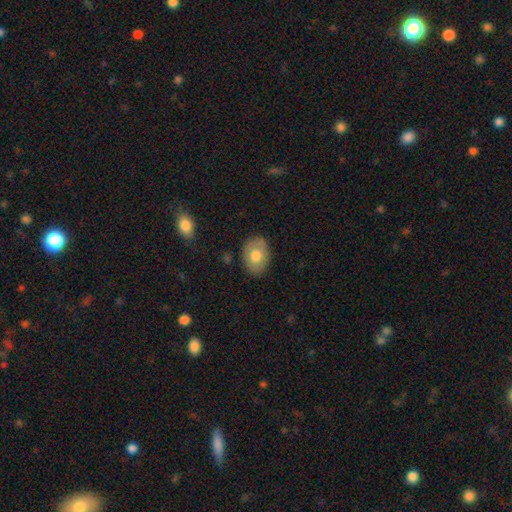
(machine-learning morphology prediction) A smooth galaxy with no disk features (72%) that is in between round and cigar-shaped (73%).

Vote fractions:
- Smooth or featured? smooth: 72% / featured or disk: 21% / star or artifact: 7%
- How rounded? in between: 73% / round: 26% / cigar-shaped: 1%
- Merging? none: 82% / minor disturbance: 13% / major disturbance: 3% / merger: 1%